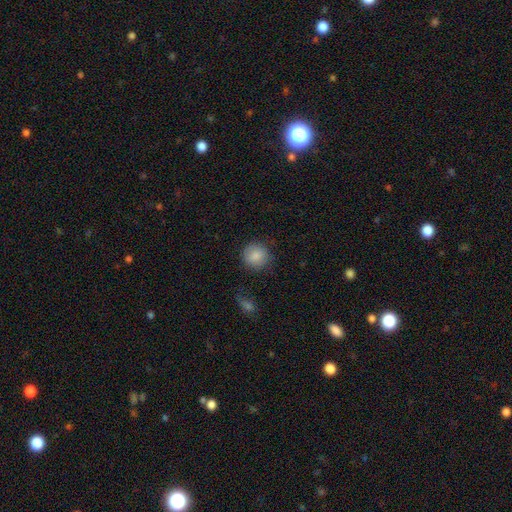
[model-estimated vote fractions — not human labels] A smooth galaxy with no disk features (87%) that is round (91%). Merging: none (83%).